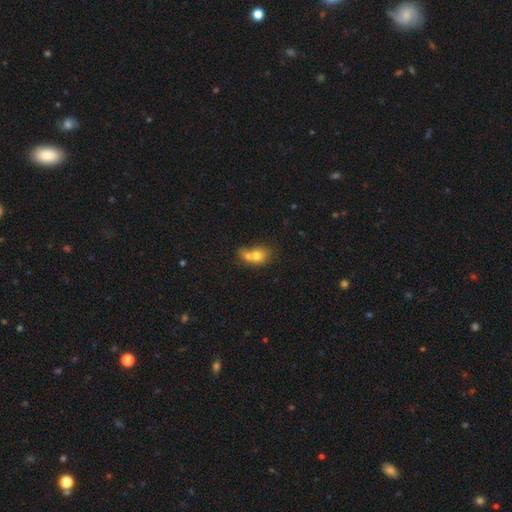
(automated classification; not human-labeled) Smooth or featured? smooth (70%)
How rounded? in between (53%)
Merging? merger (60%)